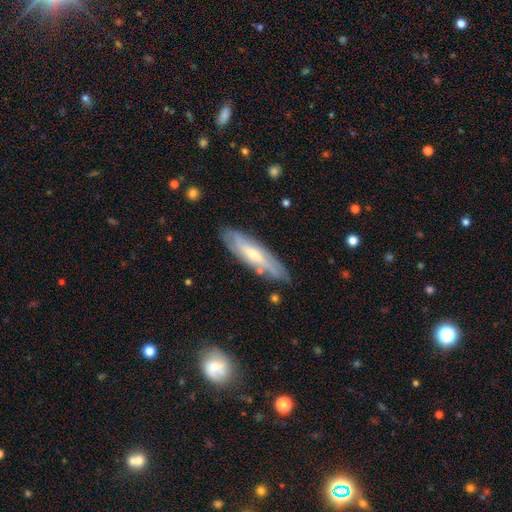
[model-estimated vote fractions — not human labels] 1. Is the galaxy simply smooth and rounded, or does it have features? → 62% featured or disk, 31% smooth, 8% star or artifact.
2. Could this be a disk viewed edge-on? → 53% no, 47% yes.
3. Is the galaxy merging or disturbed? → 83% none, 13% minor disturbance, 3% major disturbance, 2% merger.